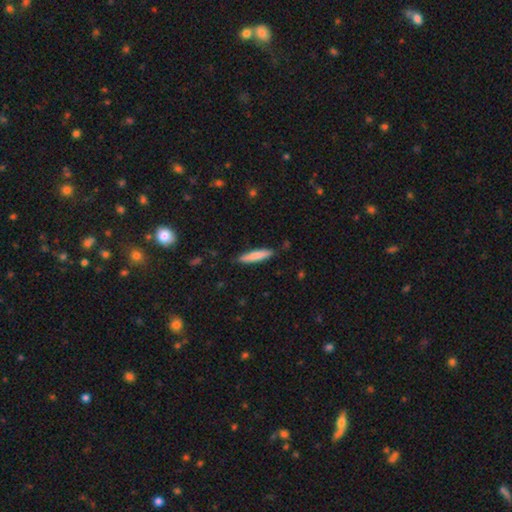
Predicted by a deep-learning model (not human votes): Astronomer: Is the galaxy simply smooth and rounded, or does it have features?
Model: smooth — 79%.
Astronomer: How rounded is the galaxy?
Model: cigar-shaped — 86%.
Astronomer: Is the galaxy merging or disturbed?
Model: none — 86%.